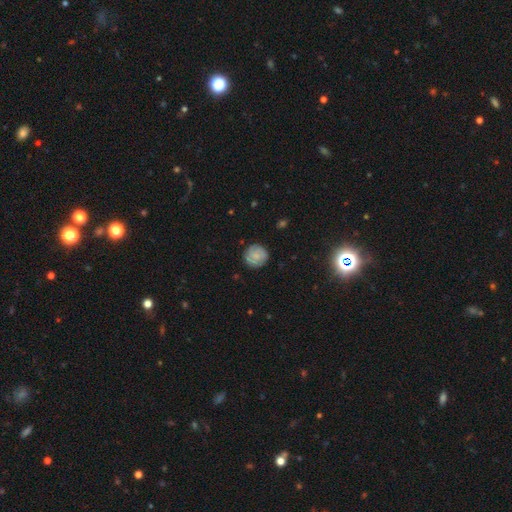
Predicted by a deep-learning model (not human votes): smooth 58%, featured or disk 34%, star or artifact 8%. Down the decision tree: how rounded — round (90%); merging — none (84%).